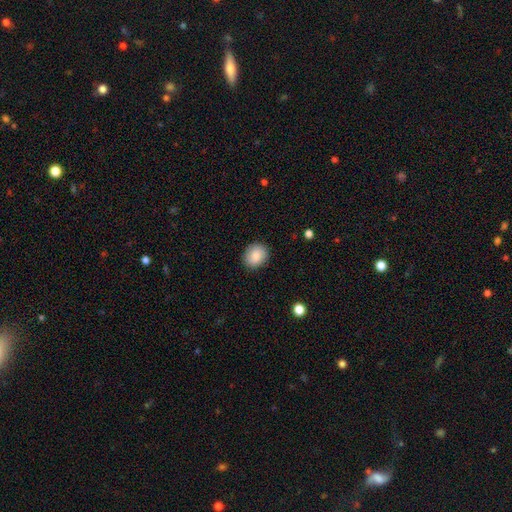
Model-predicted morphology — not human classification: Smooth or featured? smooth (86%)
How rounded? round (66%)
Merging? none (88%)